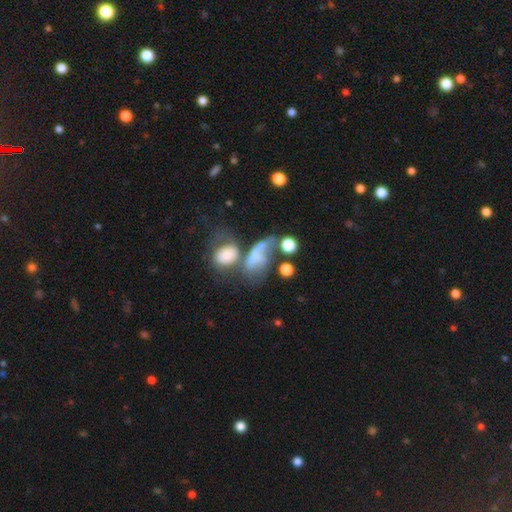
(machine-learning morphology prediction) Overall: smooth (44%; featured or disk 40%). Merging: merger (43%; major disturbance 28%).